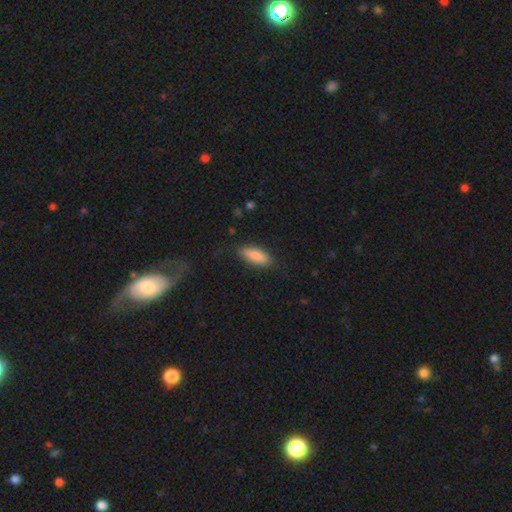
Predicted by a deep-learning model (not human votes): smooth_or_featured: smooth (p=0.82) [alt: featured or disk p=0.11]
how_rounded: in between (p=0.61) [alt: cigar-shaped p=0.37]
merging: none (p=0.83) [alt: minor disturbance p=0.13]